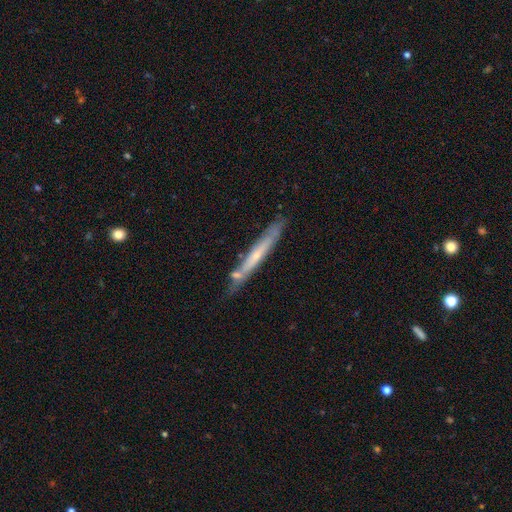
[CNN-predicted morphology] Smooth or featured?
  - featured or disk: 56% *
  - smooth: 38%
  - star or artifact: 6%
Edge-on disk?
  - yes: 87% *
  - no: 13%
Merging?
  - none: 72% *
  - minor disturbance: 16%
  - merger: 9%
  - major disturbance: 3%